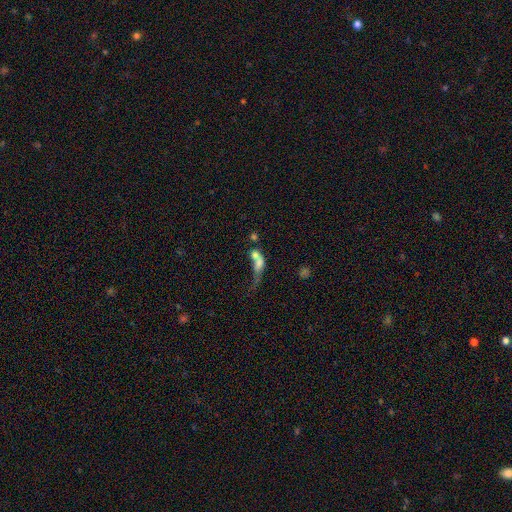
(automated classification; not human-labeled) smooth-or-featured: smooth: 57% | featured or disk: 30% | star or artifact: 13%
  how-rounded: in between: 56% | round: 28% | cigar-shaped: 16%
  merging: merger: 60% | major disturbance: 20% | none: 12% | minor disturbance: 7%